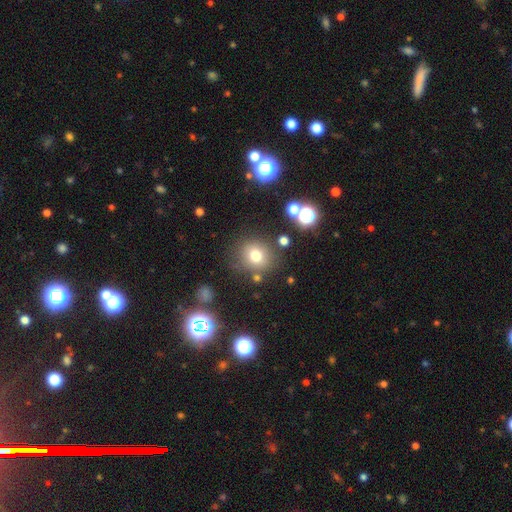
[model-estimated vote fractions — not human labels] smooth-or-featured: smooth: 75% | star or artifact: 15% | featured or disk: 10%
  how-rounded: round: 82% | in between: 17% | cigar-shaped: 1%
  merging: none: 78% | minor disturbance: 11% | merger: 6% | major disturbance: 5%